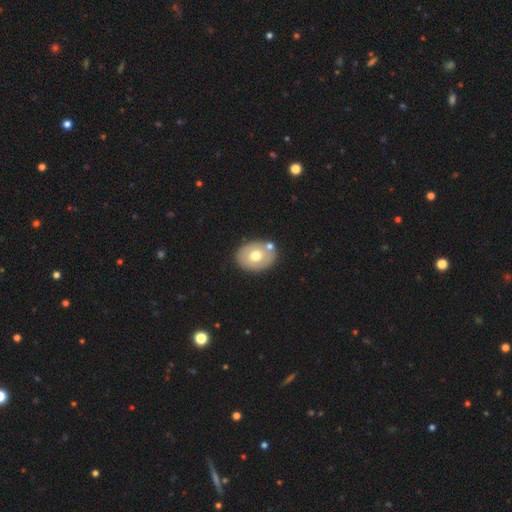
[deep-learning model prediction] The model was most divided on "how rounded": in between: 66%, round: 33%, cigar-shaped: 1%. More confident: merging — none (73%); smooth or featured — smooth (65%).